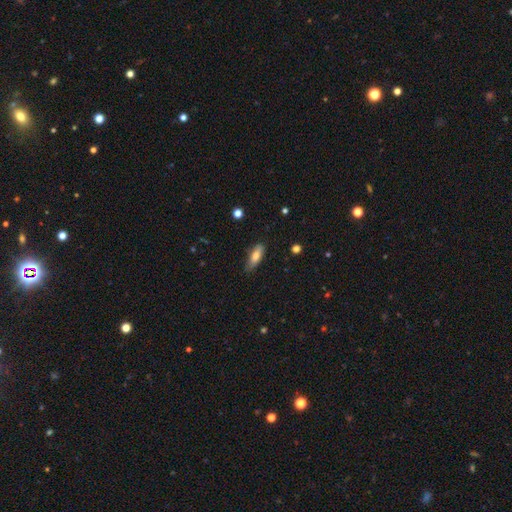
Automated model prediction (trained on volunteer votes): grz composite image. It shows a smooth galaxy with no disk features (75%) that is in between round and cigar-shaped (64%). Merging: none (69%).